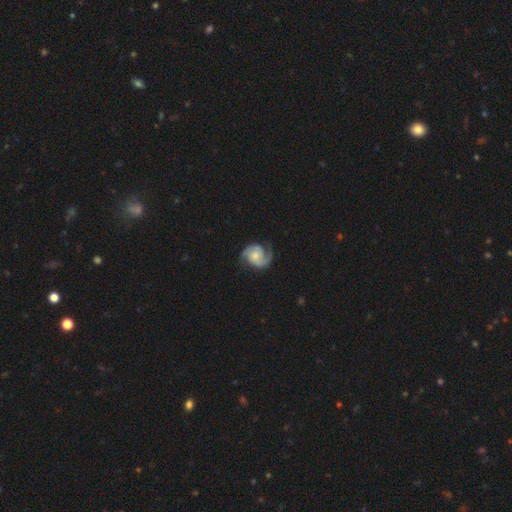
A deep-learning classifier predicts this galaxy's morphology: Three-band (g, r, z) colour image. It shows a featured or disk galaxy (86%) with no bar (67%), 2 (87%) medium (50%) spiral arms (97%) and a moderate central bulge (43%). Merging: none (72%).